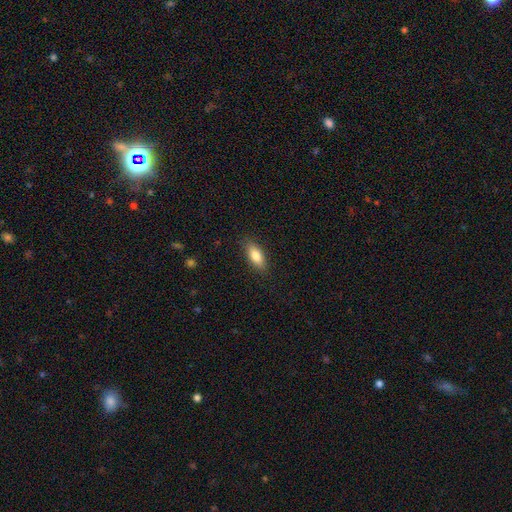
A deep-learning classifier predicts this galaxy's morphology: Smooth or featured?
  - smooth: 81% *
  - featured or disk: 13%
  - star or artifact: 7%
How rounded?
  - in between: 80% *
  - cigar-shaped: 17%
  - round: 3%
Merging?
  - none: 87% *
  - minor disturbance: 10%
  - major disturbance: 2%
  - merger: 1%